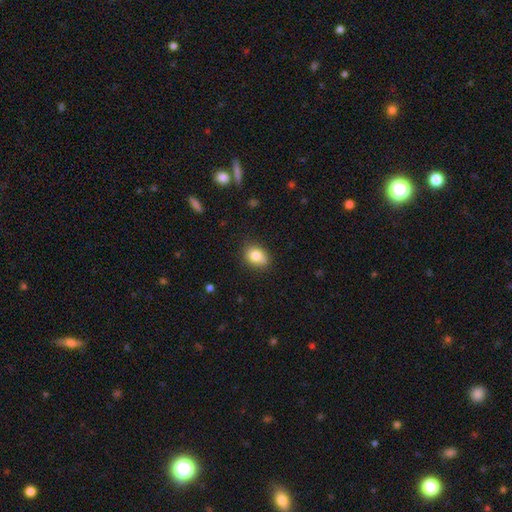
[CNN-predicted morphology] Smooth or featured? Predicted: smooth (p=0.82). How rounded? Predicted: in between (p=0.61). Merging? Predicted: none (p=0.76).